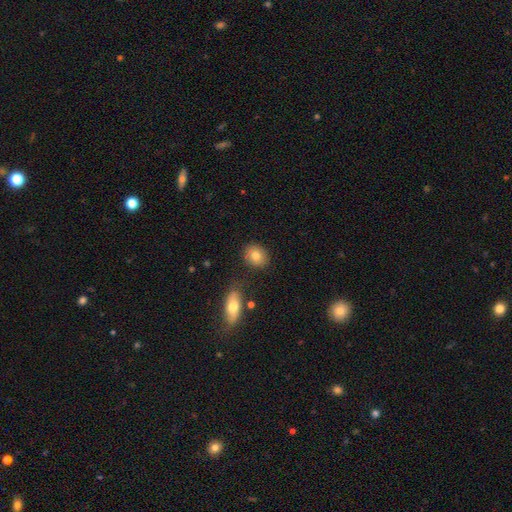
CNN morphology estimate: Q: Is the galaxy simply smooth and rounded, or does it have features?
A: smooth — 79%.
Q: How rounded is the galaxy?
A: round — 62%.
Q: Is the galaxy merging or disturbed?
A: none — 82%.